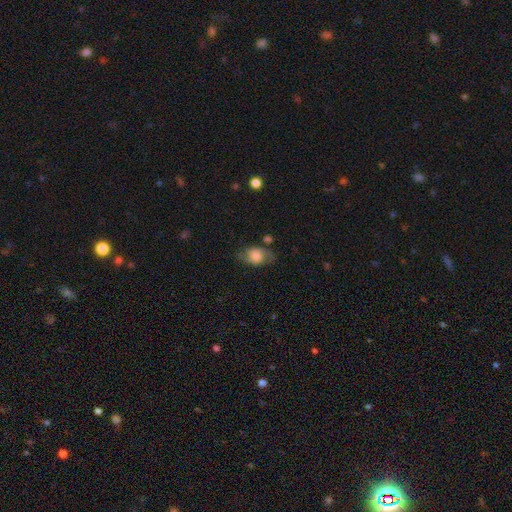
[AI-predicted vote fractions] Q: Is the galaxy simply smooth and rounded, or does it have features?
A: smooth — 58%.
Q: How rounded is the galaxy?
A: in between — 70%.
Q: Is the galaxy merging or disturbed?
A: none — 62%.